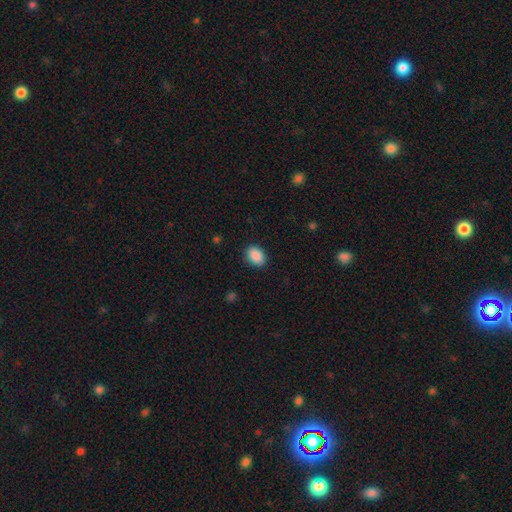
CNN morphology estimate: Smooth or featured? Predicted: smooth (p=0.90). How rounded? Predicted: in between (p=0.77). Merging? Predicted: none (p=0.87).